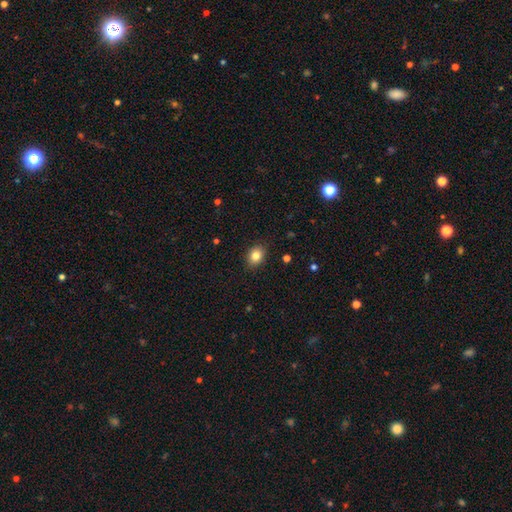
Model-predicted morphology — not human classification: A smooth galaxy with no disk features (83%) that is in between round and cigar-shaped (57%). Merging: none (89%).